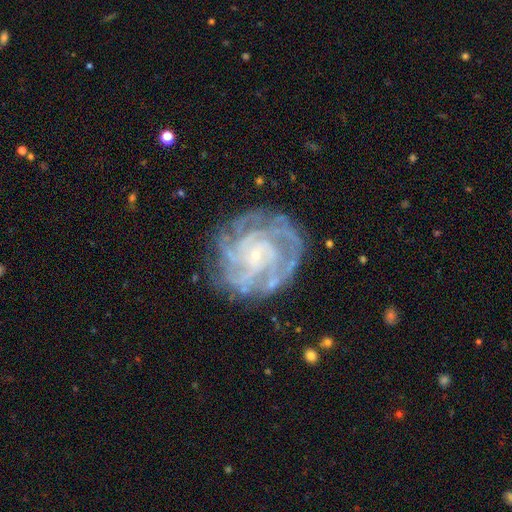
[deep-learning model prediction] Smooth or featured?
  - featured or disk: 88% *
  - star or artifact: 7%
  - smooth: 6%
Edge-on disk?
  - no: 98% *
  - yes: 2%
Bar?
  - no: 74% *
  - weak: 20%
  - strong: 6%
Spiral arms?
  - yes: 97% *
  - no: 3%
Spiral winding?
  - tight: 71% *
  - medium: 24%
  - loose: 4%
Spiral arm count?
  - 4: 29% *
  - can't tell: 21%
  - 3: 18%
  - more than 4: 17%
  - 2: 9%
  - 1: 7%
Bulge size?
  - small: 87% *
  - moderate: 8%
  - none: 3%
  - large: 1%
  - dominant: 1%
Merging?
  - none: 74% *
  - minor disturbance: 16%
  - major disturbance: 8%
  - merger: 2%